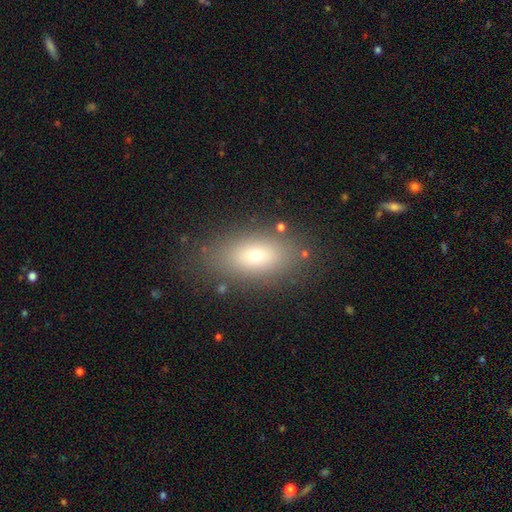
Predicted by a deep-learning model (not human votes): This is likely a smooth galaxy (71%). How rounded: clearly in between (85%). Merging: clearly none (83%).